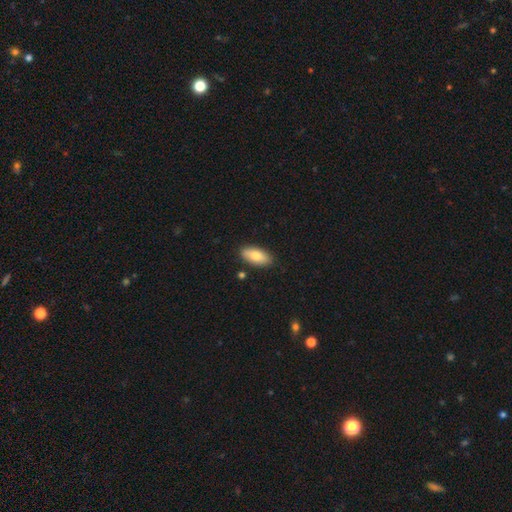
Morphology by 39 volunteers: smooth-or-featured: smooth: 77% | featured or disk: 15% | star or artifact: 8%
  how-rounded: in between: 93% | round: 3% | cigar-shaped: 3%
  merging: none: 78% | minor disturbance: 17% | merger: 6% | major disturbance: 0%